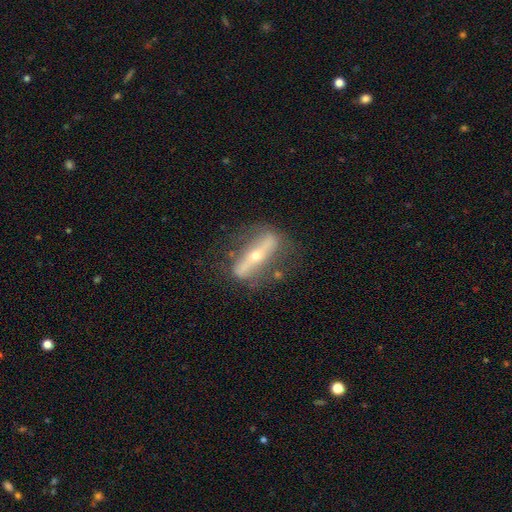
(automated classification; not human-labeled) Smooth or featured? Predicted: featured or disk (p=0.78). Edge-on disk? Predicted: yes (p=0.55). Merging? Predicted: none (p=0.68).